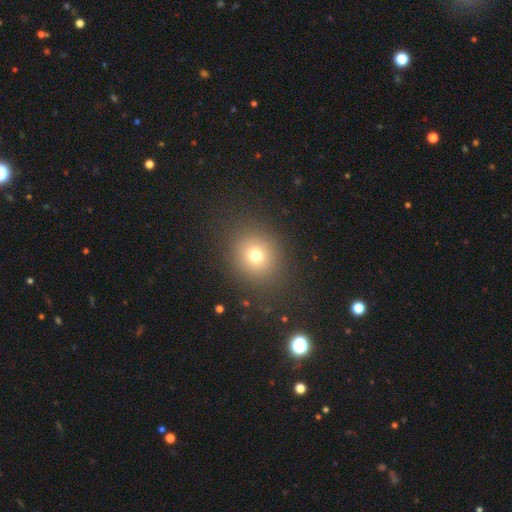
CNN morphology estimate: Q: Smooth or featured?
A: smooth (72%); runner-up: star or artifact (18%)
Q: How rounded?
A: round (75%); runner-up: in between (24%)
Q: Merging?
A: none (85%); runner-up: minor disturbance (9%)